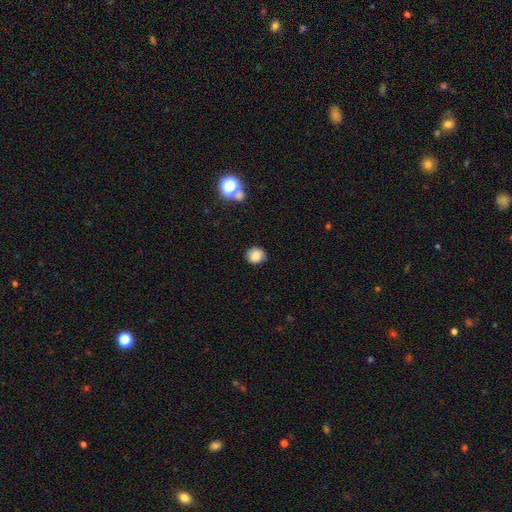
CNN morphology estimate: smooth_or_featured: smooth (p=0.79) [alt: featured or disk p=0.11]
how_rounded: round (p=0.82) [alt: in between p=0.17]
merging: none (p=0.73) [alt: minor disturbance p=0.20]